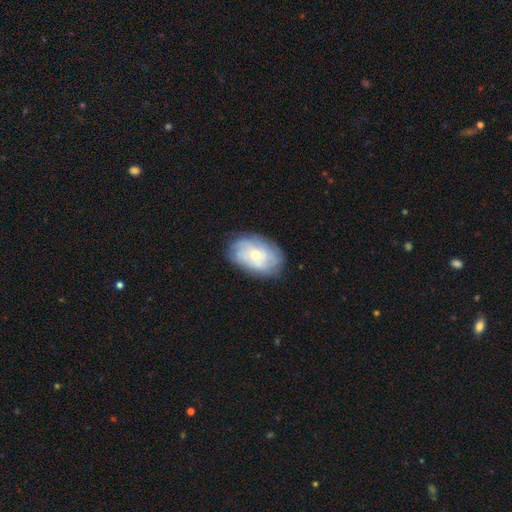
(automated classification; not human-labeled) Morphology: type=featured or disk (55%); edge-on=no (95%); bar=no (82%); spiral arms=yes (69%); bulge=small (50%); merging=none (77%).